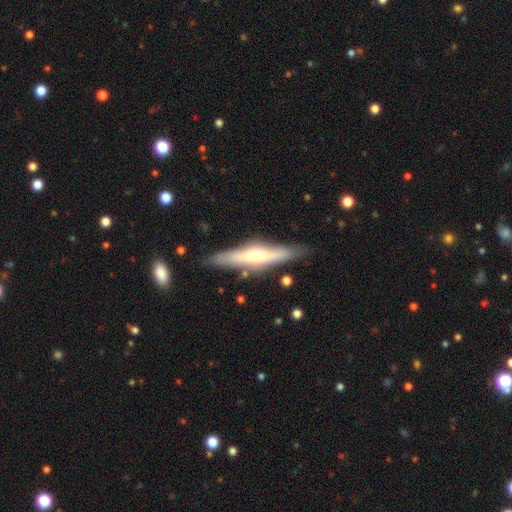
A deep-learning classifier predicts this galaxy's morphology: The model was most divided on "smooth or featured": featured or disk: 54%, smooth: 40%, star or artifact: 6%. More confident: edge-on disk — yes (90%); merging — none (81%).